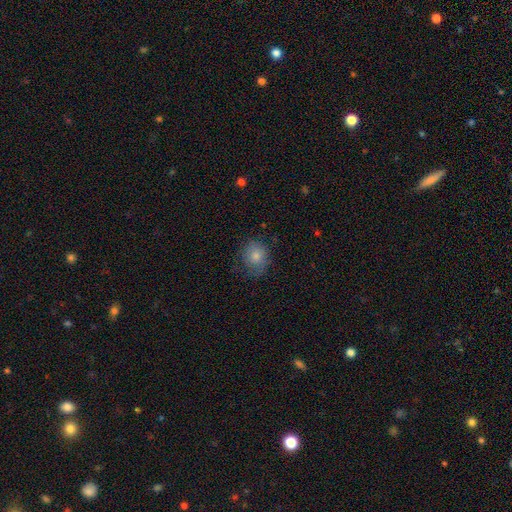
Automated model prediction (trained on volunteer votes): This is likely a smooth galaxy (69%). How rounded: likely round (75%). Merging: likely none (69%).